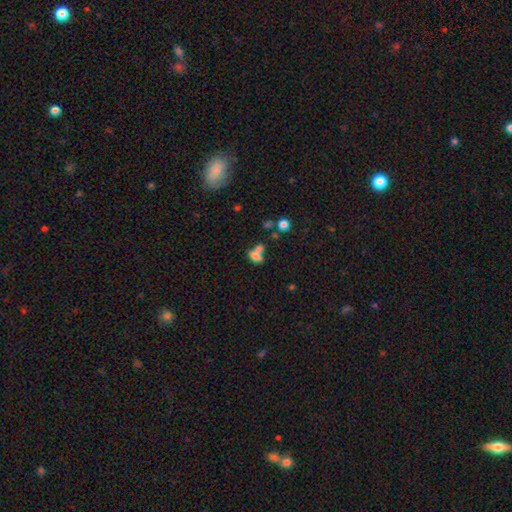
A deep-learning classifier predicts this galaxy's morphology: type=smooth (66%); roundness=in between (75%); merging=merger (57%).